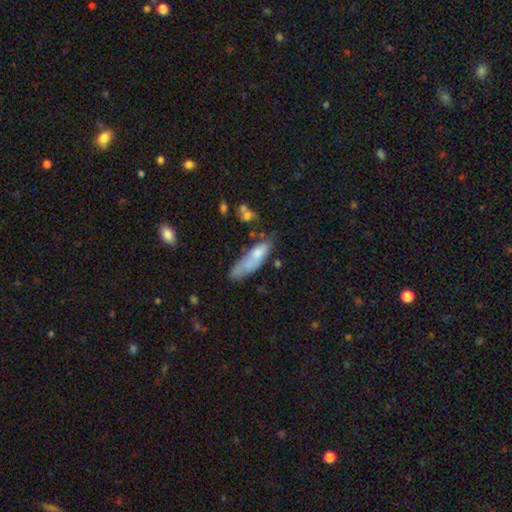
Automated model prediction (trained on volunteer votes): Smooth or featured?
  - smooth: 70% *
  - featured or disk: 22%
  - star or artifact: 8%
How rounded?
  - cigar-shaped: 53% *
  - in between: 45%
  - round: 2%
Merging?
  - none: 38% *
  - minor disturbance: 30%
  - major disturbance: 17%
  - merger: 14%